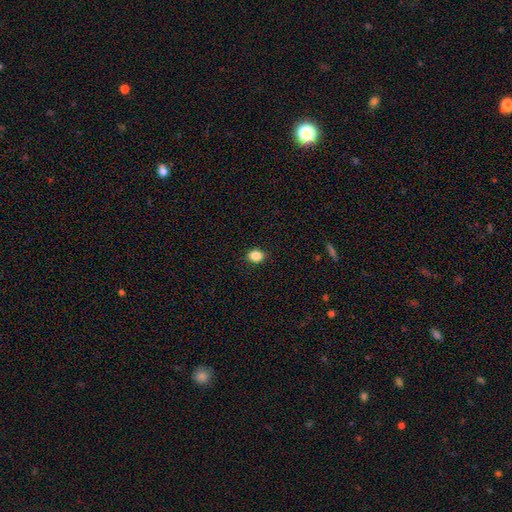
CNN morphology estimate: This is clearly a smooth galaxy (87%). How rounded: possibly round (50%). Merging: clearly none (90%).